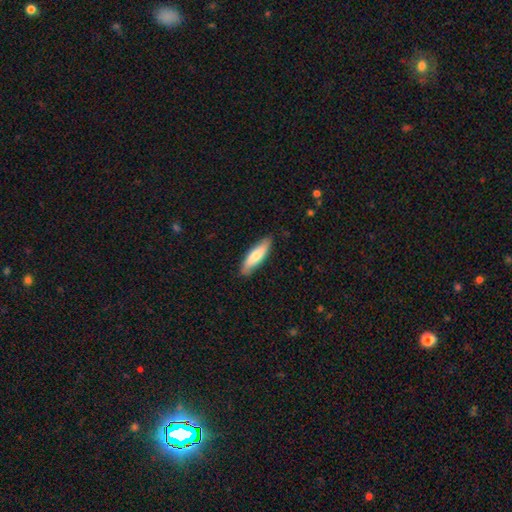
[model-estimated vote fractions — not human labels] This appears to be a smooth galaxy with no disk features (72%) that is cigar-shaped (64%). Merging: none (85%).